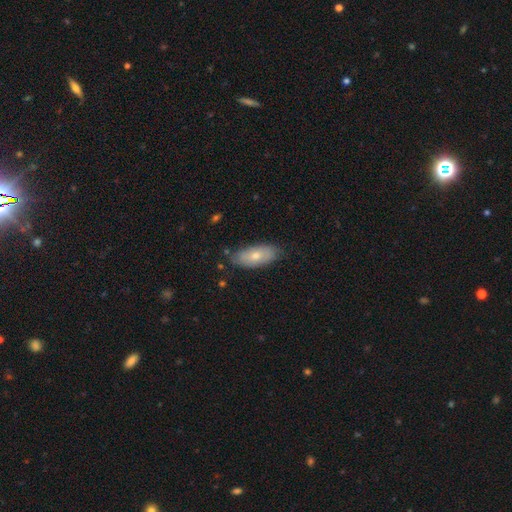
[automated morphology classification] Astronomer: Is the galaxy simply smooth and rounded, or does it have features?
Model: smooth — 68%.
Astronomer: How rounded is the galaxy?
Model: in between — 87%.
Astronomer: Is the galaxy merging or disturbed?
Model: none — 77%.